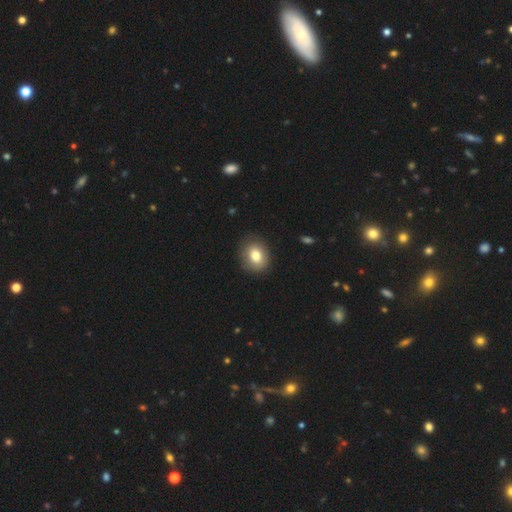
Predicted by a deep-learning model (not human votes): Smooth or featured? Predicted: smooth (p=0.78). How rounded? Predicted: round (p=0.52). Merging? Predicted: none (p=0.85).